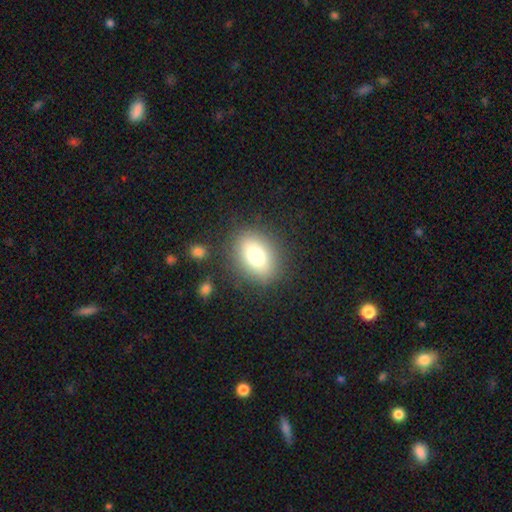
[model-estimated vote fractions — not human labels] smooth 76%, featured or disk 14%, star or artifact 10%. Down the decision tree: how rounded — in between (72%); merging — none (84%).